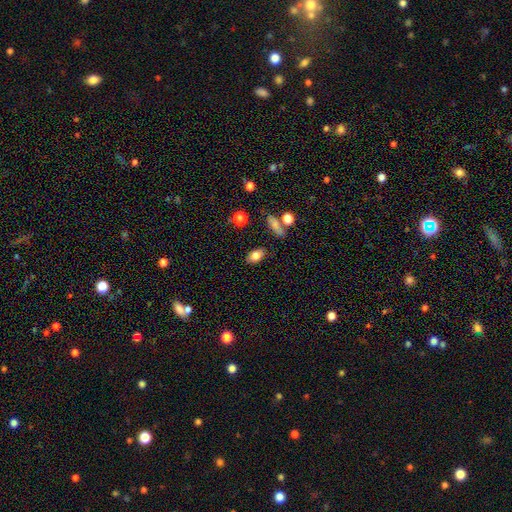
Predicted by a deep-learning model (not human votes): This is likely a smooth galaxy (79%). How rounded: clearly in between (86%). Merging: clearly none (81%).